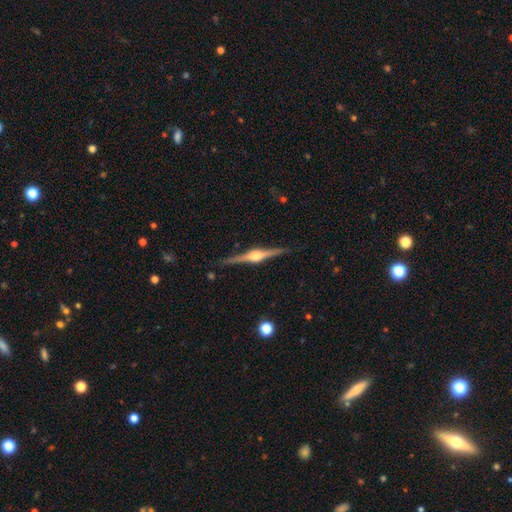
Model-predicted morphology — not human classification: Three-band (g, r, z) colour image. It shows a featured or disk galaxy (87%) viewed edge-on (99%) with a rounded central bulge (95%). Merging: none (90%).